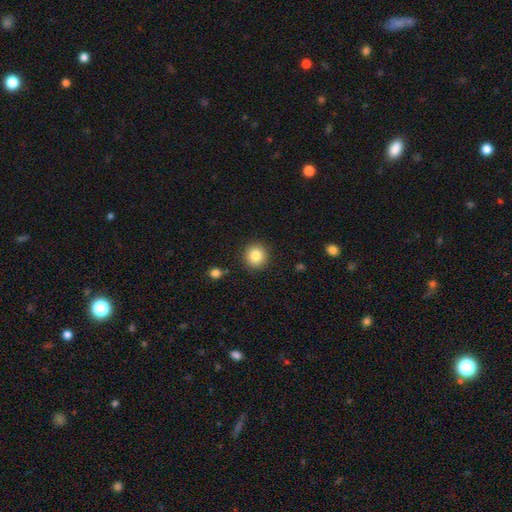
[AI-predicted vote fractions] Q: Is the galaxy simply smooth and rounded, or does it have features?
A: smooth — 83%.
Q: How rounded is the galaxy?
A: round — 93%.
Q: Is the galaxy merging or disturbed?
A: none — 91%.